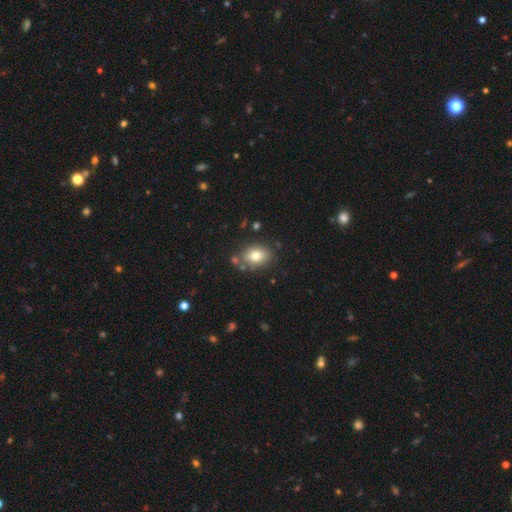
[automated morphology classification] Smooth or featured? smooth (77%)
How rounded? in between (66%)
Merging? none (76%)